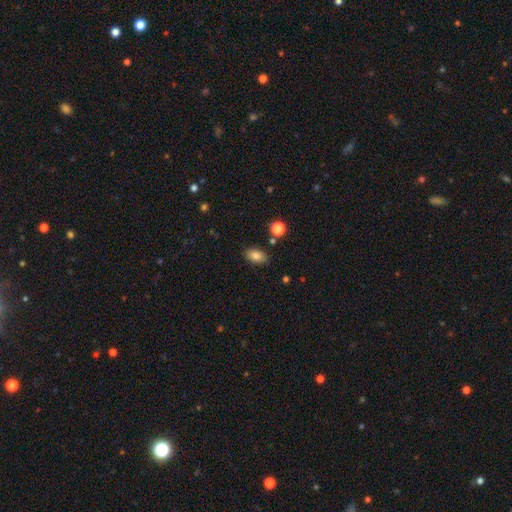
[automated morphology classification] Overall: smooth (83%). How rounded: in between (87%). Merging: none (85%).